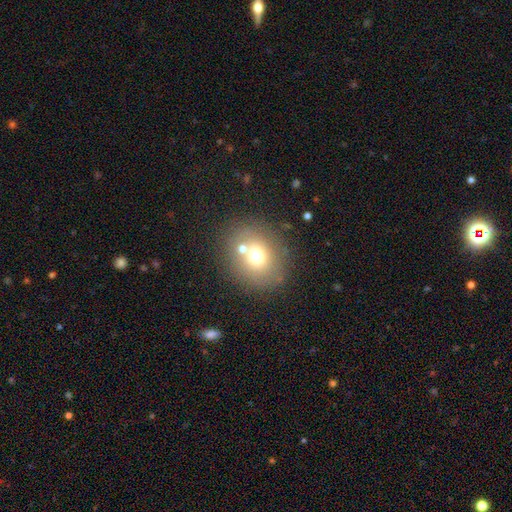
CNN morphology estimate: This is likely a smooth galaxy (67%). How rounded: likely round (68%). Merging: likely none (70%).